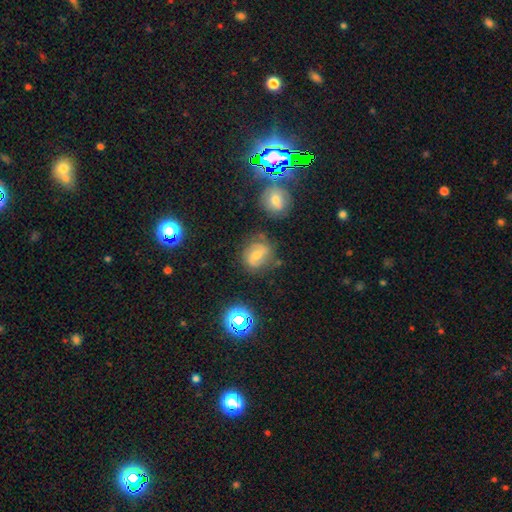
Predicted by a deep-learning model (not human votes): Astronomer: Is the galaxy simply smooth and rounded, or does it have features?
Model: featured or disk — 46% (runner-up: smooth, 35%).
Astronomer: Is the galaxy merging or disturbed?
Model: none — 67%.